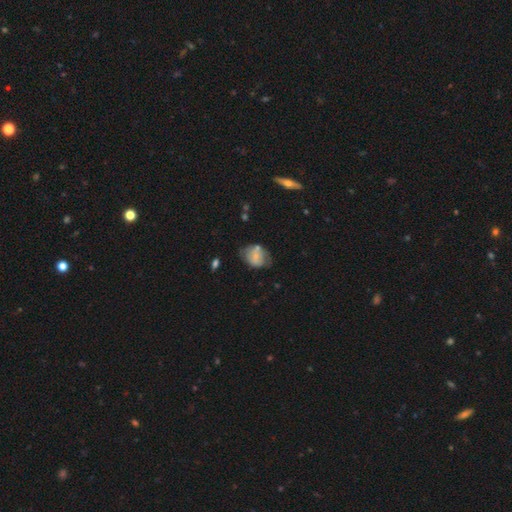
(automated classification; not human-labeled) This appears to be a smooth galaxy with no disk features (56%) that is in between round and cigar-shaped (60%). Merging: none (48%).